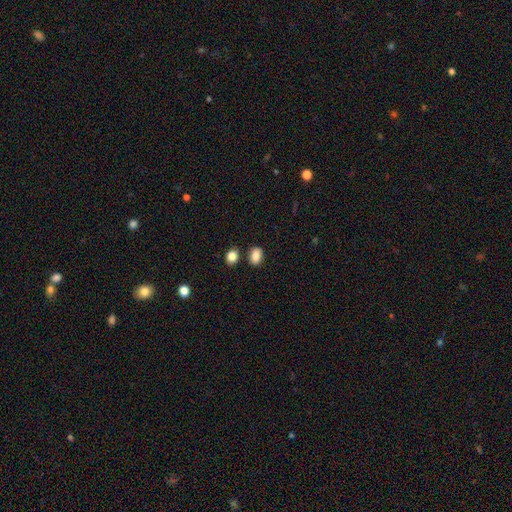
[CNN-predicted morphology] Smooth or featured? smooth (86%)
How rounded? in between (77%)
Merging? none (78%)